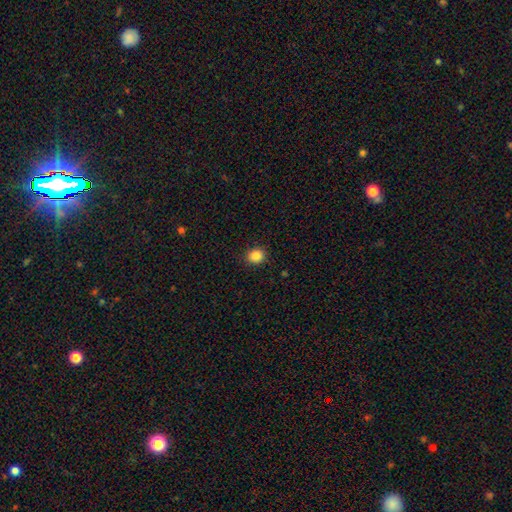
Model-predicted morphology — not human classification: type=smooth (86%); roundness=round (73%); merging=none (90%).